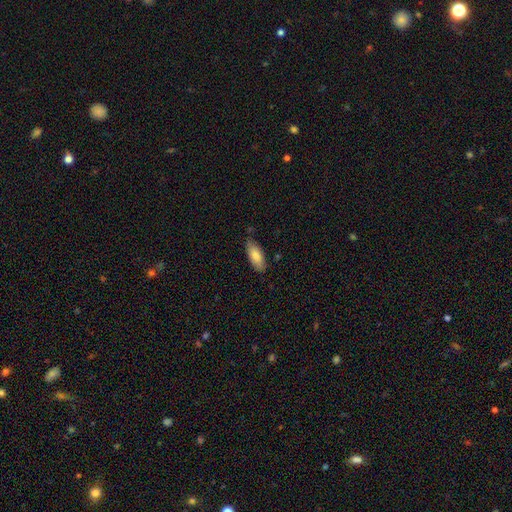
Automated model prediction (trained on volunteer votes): smooth-or-featured: smooth: 82% | featured or disk: 12% | star or artifact: 6%
  how-rounded: in between: 82% | cigar-shaped: 16% | round: 2%
  merging: none: 75% | minor disturbance: 20% | major disturbance: 3% | merger: 2%